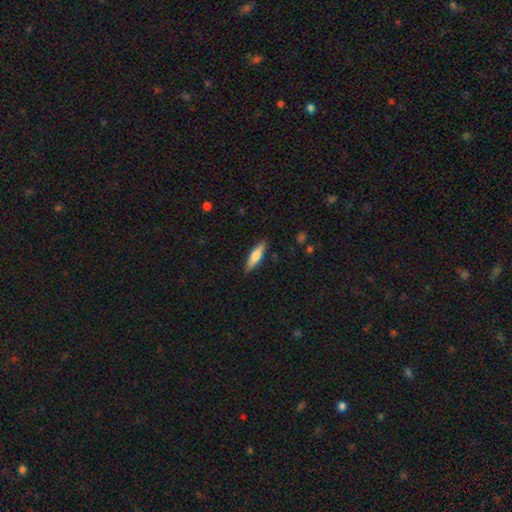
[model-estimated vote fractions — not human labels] Q: Smooth or featured?
A: smooth (68%); runner-up: featured or disk (27%)
Q: How rounded?
A: cigar-shaped (69%); runner-up: in between (30%)
Q: Merging?
A: none (88%); runner-up: minor disturbance (9%)